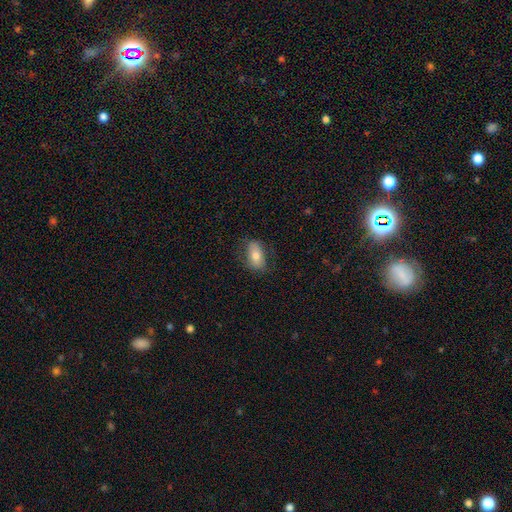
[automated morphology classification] The model was most divided on "smooth or featured": smooth: 71%, featured or disk: 21%, star or artifact: 7%. More confident: how rounded — in between (88%); merging — none (75%).